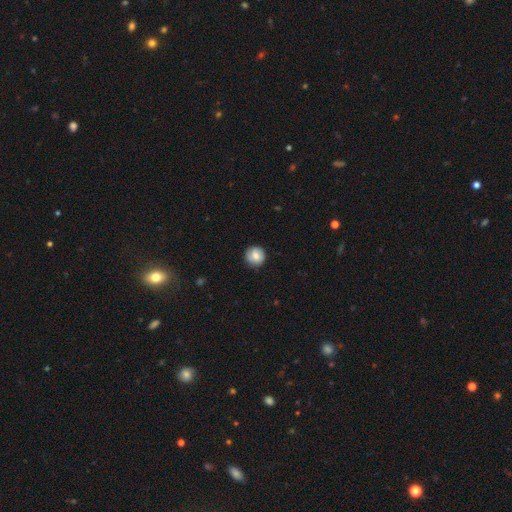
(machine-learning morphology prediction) This appears to be a smooth galaxy with no disk features (75%) that is round (92%). Merging: none (85%).